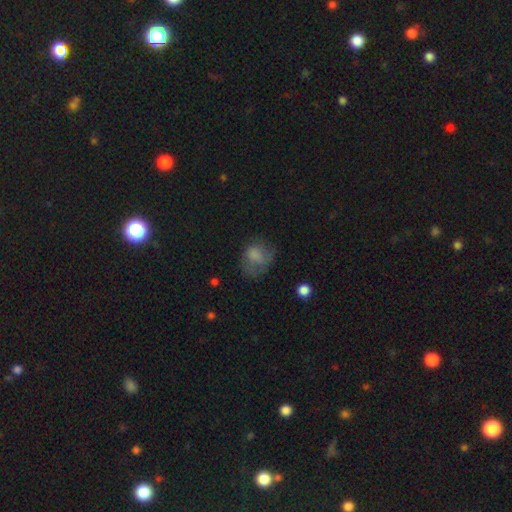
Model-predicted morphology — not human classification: A smooth galaxy with no disk features (69%) that is round (51%). Merging: none (42%).